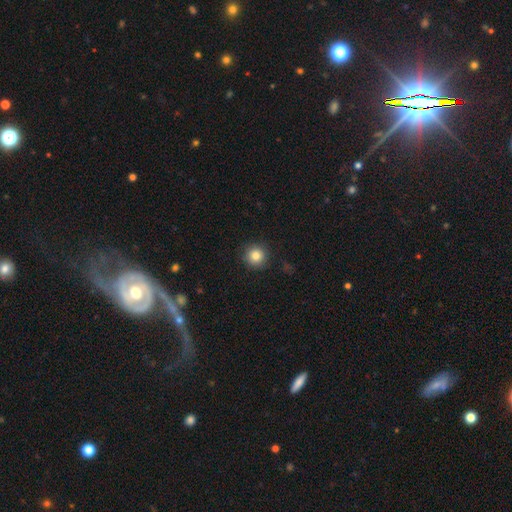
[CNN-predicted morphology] type=smooth (83%); roundness=round (94%); merging=none (91%).